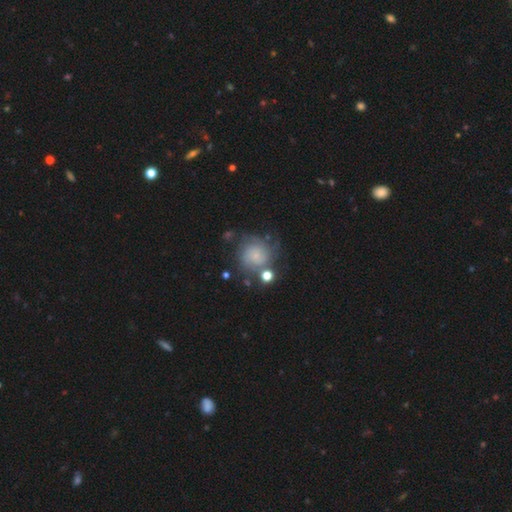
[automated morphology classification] Smooth or featured? featured or disk (51%)
Edge-on disk? no (98%)
Merging? none (59%)